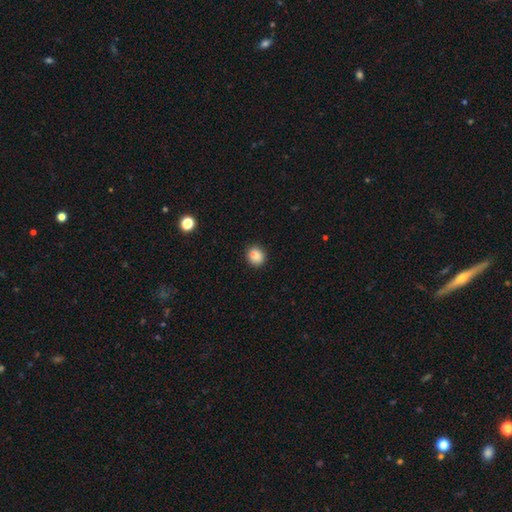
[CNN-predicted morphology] This appears to be a smooth galaxy with no disk features (88%) that is round (72%). Merging: none (88%).